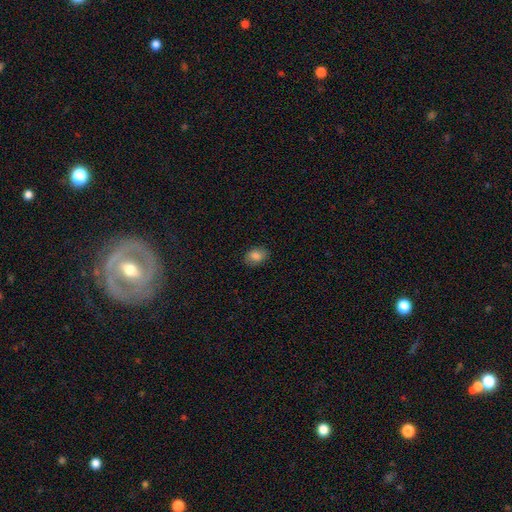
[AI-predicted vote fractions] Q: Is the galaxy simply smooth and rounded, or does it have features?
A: smooth — 84%.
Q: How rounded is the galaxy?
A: in between — 72%.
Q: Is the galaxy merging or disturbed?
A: none — 83%.